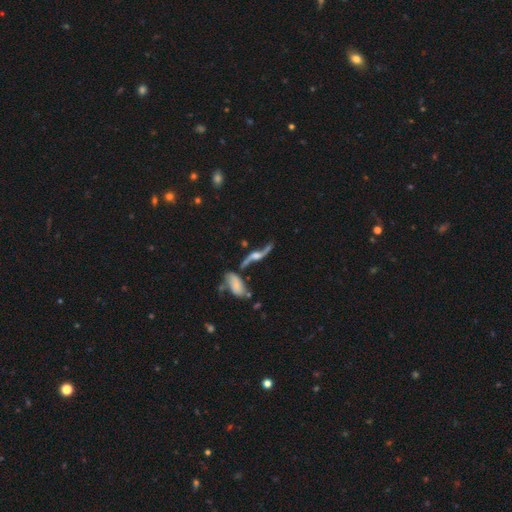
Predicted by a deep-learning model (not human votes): Smooth or featured? Predicted: featured or disk (p=0.84). Edge-on disk? Predicted: no (p=0.71). Bar? Predicted: no (p=0.56). Spiral arms? Predicted: yes (p=0.93). Spiral winding? Predicted: loose (p=0.92). Spiral arm count? Predicted: 2 (p=0.92). Bulge size? Predicted: moderate (p=0.40). Merging? Predicted: none (p=0.58).